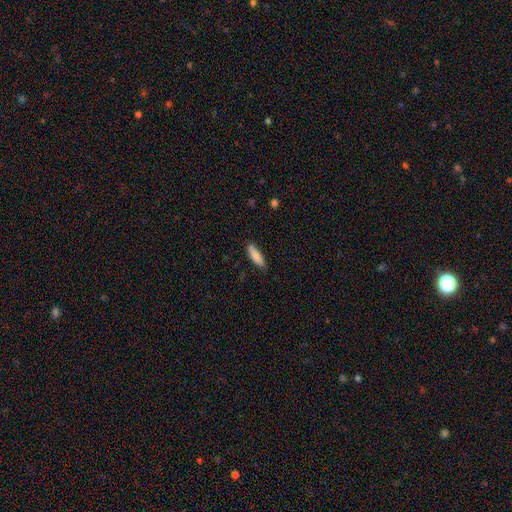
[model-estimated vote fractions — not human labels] Morphology: type=smooth (84%); roundness=cigar-shaped (57%); merging=none (79%).